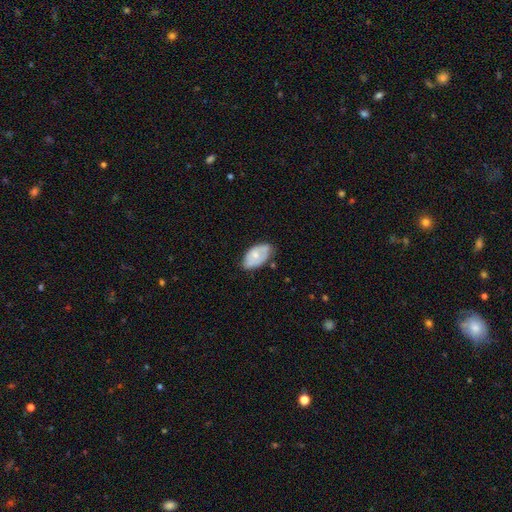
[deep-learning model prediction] The model was most divided on "smooth or featured": smooth: 57%, featured or disk: 37%, star or artifact: 6%. More confident: how rounded — in between (93%); merging — none (60%).